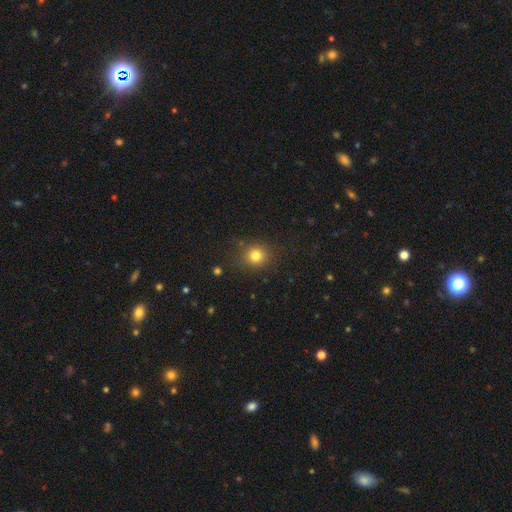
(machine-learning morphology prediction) This appears to be a smooth galaxy with no disk features (80%) that is round (87%). Merging: none (86%).